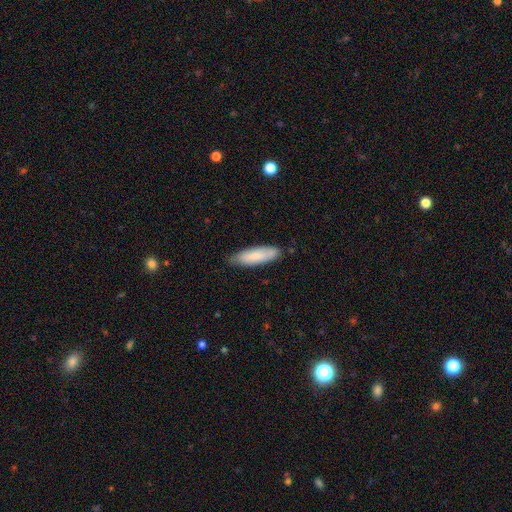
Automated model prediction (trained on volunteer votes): smooth-or-featured: smooth: 79% | featured or disk: 15% | star or artifact: 6%
  how-rounded: cigar-shaped: 56% | in between: 42% | round: 1%
  merging: none: 81% | minor disturbance: 15% | major disturbance: 2% | merger: 1%